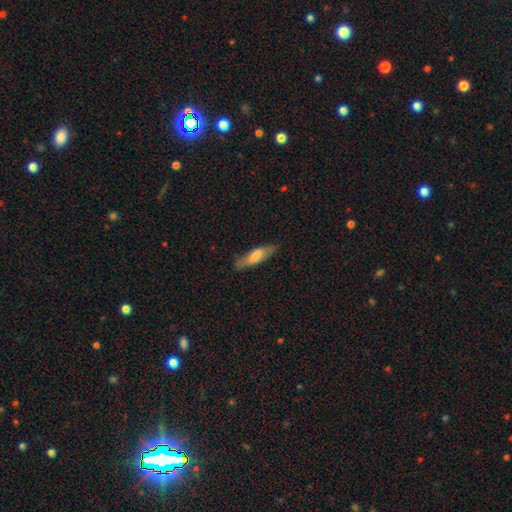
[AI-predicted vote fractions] A smooth galaxy with no disk features (69%) that is cigar-shaped (57%). Merging: none (80%).